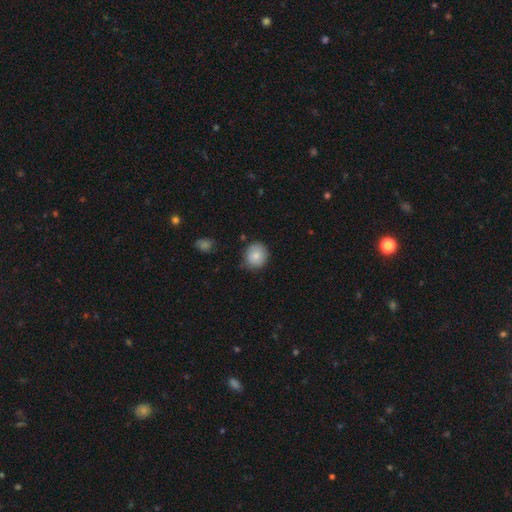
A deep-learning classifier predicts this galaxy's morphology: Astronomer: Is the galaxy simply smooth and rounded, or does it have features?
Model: smooth — 83%.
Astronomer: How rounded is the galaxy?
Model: round — 84%.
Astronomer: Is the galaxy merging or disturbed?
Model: none — 80%.